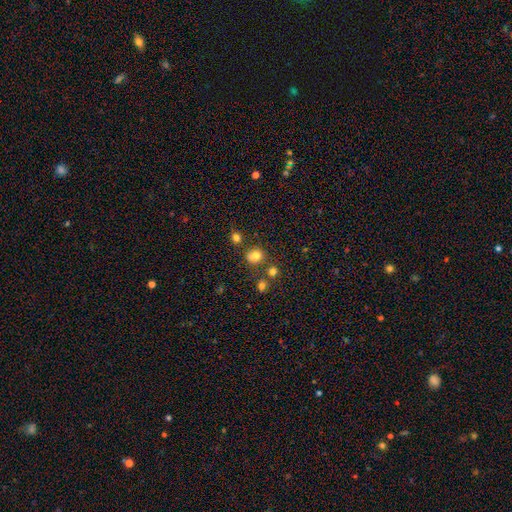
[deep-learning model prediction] Smooth or featured: smooth — 74% (star or artifact — 16%)
How rounded: round — 79% (in between — 20%)
Merging: none — 65% (merger — 18%)